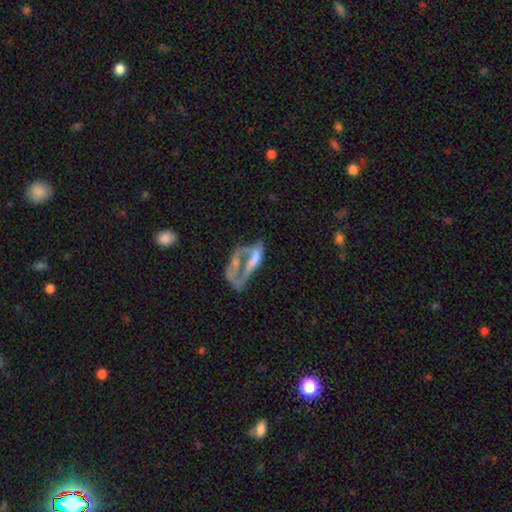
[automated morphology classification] Q: Smooth or featured?
A: featured or disk (51%); runner-up: smooth (37%)
Q: Edge-on disk?
A: no (88%); runner-up: yes (12%)
Q: Merging?
A: major disturbance (40%); runner-up: merger (31%)